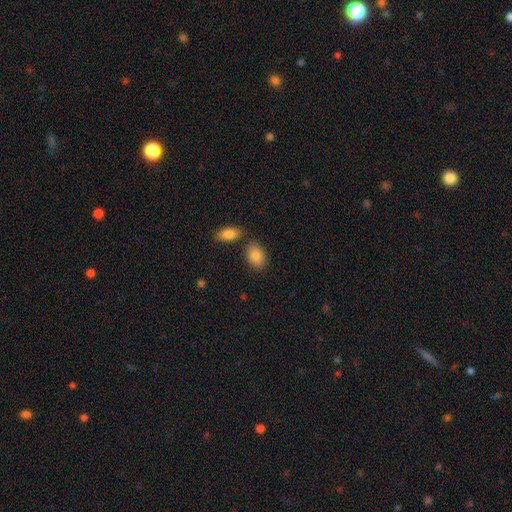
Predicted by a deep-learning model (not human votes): Morphology: type=smooth (86%); roundness=in between (86%); merging=none (72%).